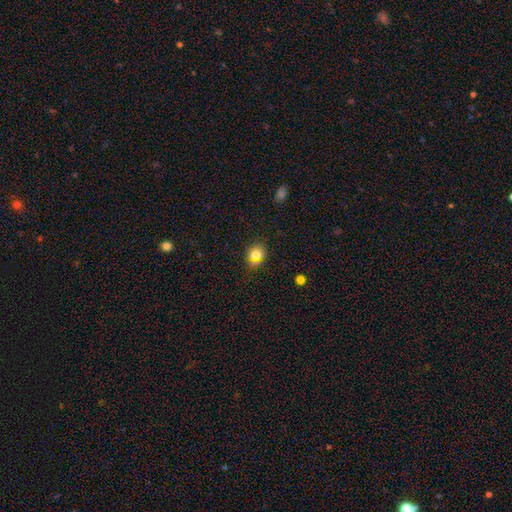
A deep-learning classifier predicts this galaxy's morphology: This appears to be a smooth galaxy with no disk features (76%) that is round (67%). Merging: none (84%).